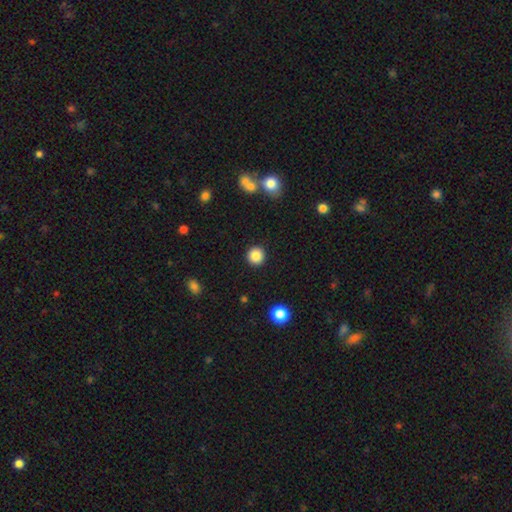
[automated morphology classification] Smooth or featured?
  - smooth: 86% *
  - star or artifact: 10%
  - featured or disk: 4%
How rounded?
  - round: 94% *
  - in between: 5%
  - cigar-shaped: 1%
Merging?
  - none: 92% *
  - minor disturbance: 5%
  - major disturbance: 2%
  - merger: 1%